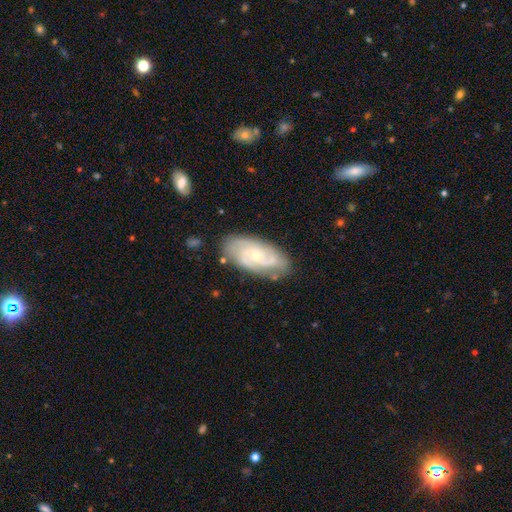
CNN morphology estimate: featured or disk 76%, smooth 18%, star or artifact 6%. Down the decision tree: edge-on disk — no (94%); bar — no (71%); spiral arms — yes (92%); spiral arm count — 2 (40%); spiral winding — tight (52%); bulge size — small (69%); merging — none (76%).